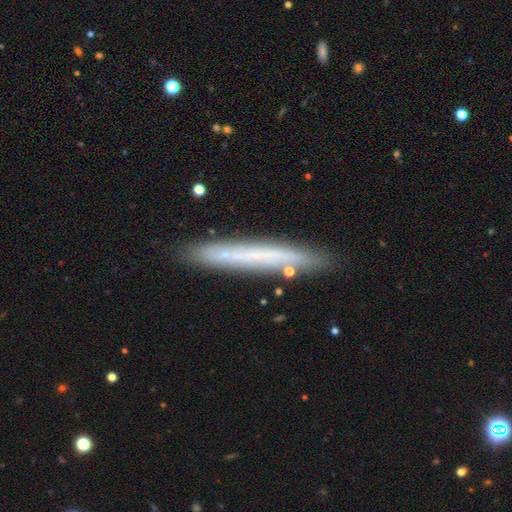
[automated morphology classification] smooth-or-featured: smooth: 46% (tied) | featured or disk: 46% (tied) | star or artifact: 8%
  merging: none: 85% | minor disturbance: 10% | merger: 2% | major disturbance: 2%